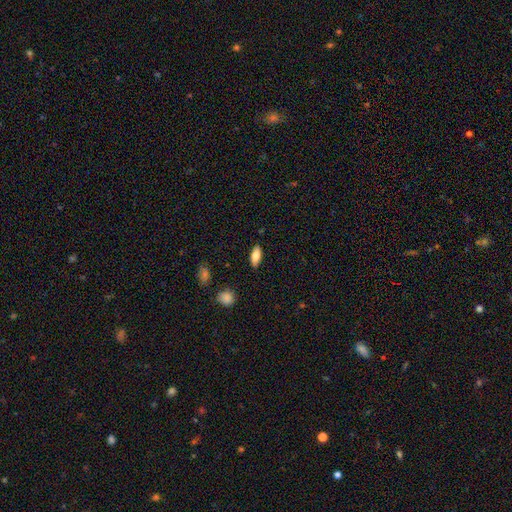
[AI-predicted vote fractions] smooth_or_featured: smooth (p=0.77) [alt: featured or disk p=0.16]
how_rounded: in between (p=0.82) [alt: cigar-shaped p=0.16]
merging: none (p=0.87) [alt: minor disturbance p=0.10]